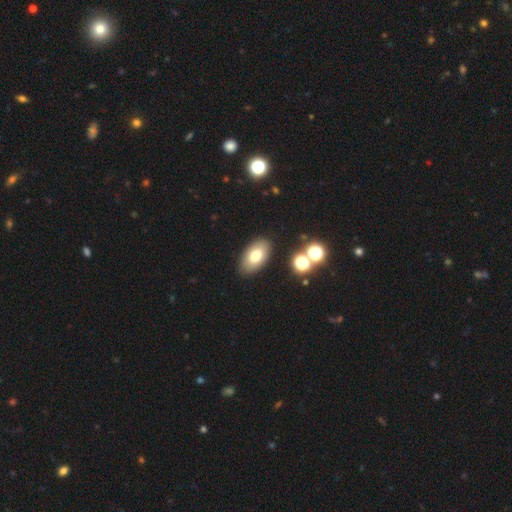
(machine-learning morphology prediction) A smooth galaxy with no disk features (74%) that is in between round and cigar-shaped (92%).

Vote fractions:
- Smooth or featured? smooth: 74% / featured or disk: 16% / star or artifact: 9%
- How rounded? in between: 92% / round: 6% / cigar-shaped: 2%
- Merging? none: 87% / minor disturbance: 9% / major disturbance: 3% / merger: 2%